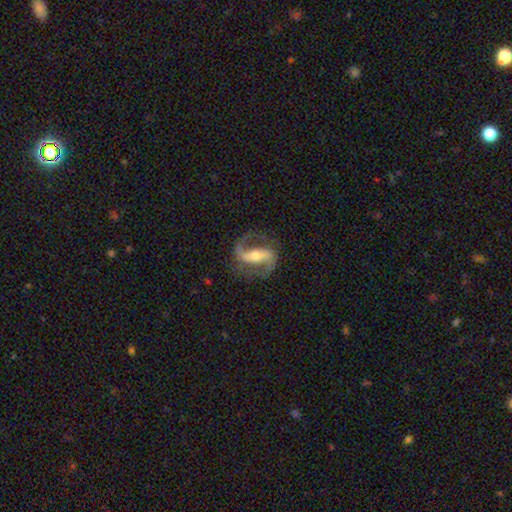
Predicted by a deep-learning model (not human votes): A featured or disk galaxy (89%) with a strong bar (61%), 2 (91%) medium (51%) spiral arms (96%) and a moderate central bulge (54%).

Vote fractions:
- Smooth or featured? featured or disk: 89% / smooth: 6% / star or artifact: 5%
- Edge-on disk? no: 95% / yes: 5%
- Bar? strong: 61% / weak: 25% / no: 14%
- Spiral arms? yes: 96% / no: 4%
- Spiral winding? medium: 51% / loose: 32% / tight: 17%
- Spiral arm count? 2: 91% / 1: 4% / can't tell: 2% / 3: 1% / 4: 1% / more than 4: 1%
- Bulge size? moderate: 54% / small: 40% / large: 4% / none: 1% / dominant: 1%
- Merging? none: 78% / minor disturbance: 13% / major disturbance: 8% / merger: 1%